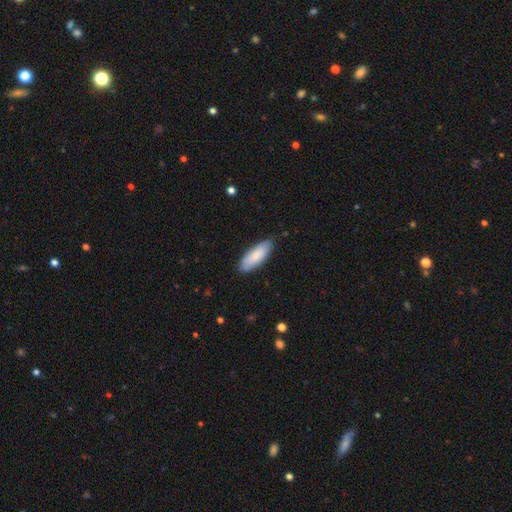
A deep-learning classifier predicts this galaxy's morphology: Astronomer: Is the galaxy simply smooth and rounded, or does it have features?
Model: smooth — 85%.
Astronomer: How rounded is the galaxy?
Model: in between — 69%.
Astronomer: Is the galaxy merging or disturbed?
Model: none — 82%.